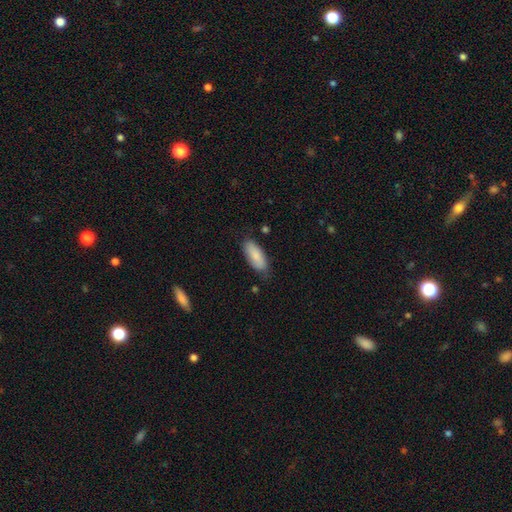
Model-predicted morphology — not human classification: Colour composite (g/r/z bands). It shows a smooth galaxy with no disk features (86%) that is in between round and cigar-shaped (81%). Merging: none (75%).